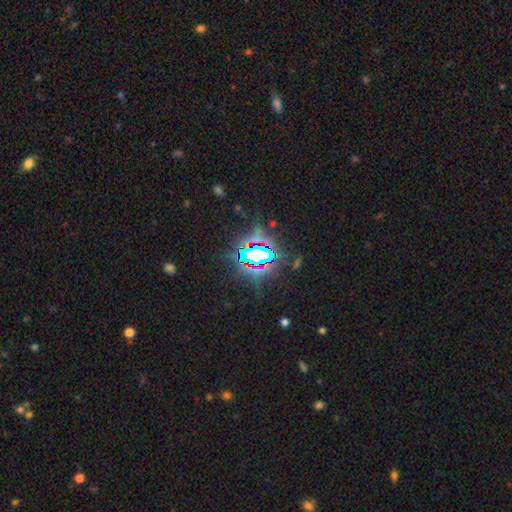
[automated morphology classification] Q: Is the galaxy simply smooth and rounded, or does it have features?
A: star or artifact — 77%.